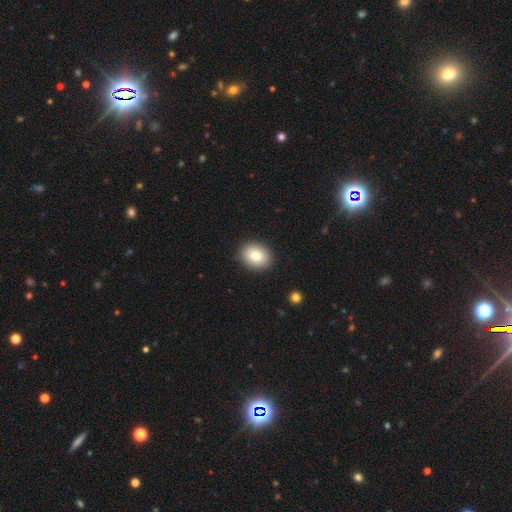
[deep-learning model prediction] A smooth galaxy with no disk features (83%) that is in between round and cigar-shaped (56%).

Vote fractions:
- Smooth or featured? smooth: 83% / featured or disk: 9% / star or artifact: 8%
- How rounded? in between: 56% / round: 43% / cigar-shaped: 1%
- Merging? none: 90% / minor disturbance: 7% / major disturbance: 2% / merger: 1%